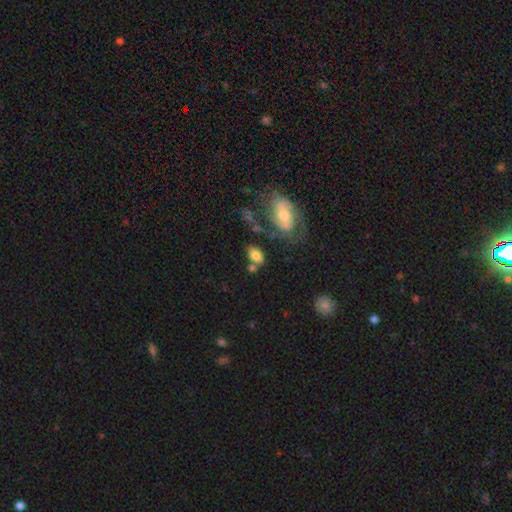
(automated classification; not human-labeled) Overall: smooth (75%). How rounded: in between (84%). Merging: none (55%; merger 20%).